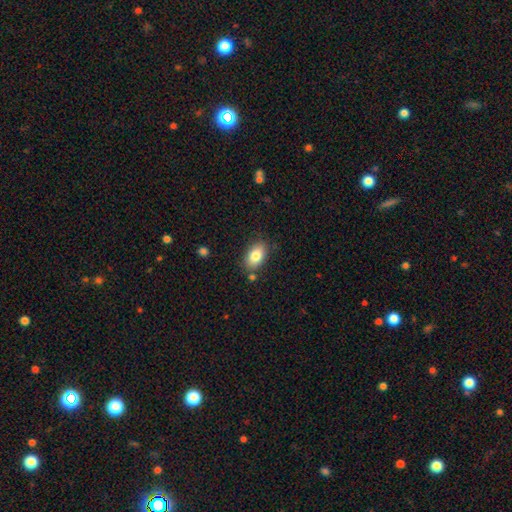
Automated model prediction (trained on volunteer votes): Smooth or featured: smooth — 82% (featured or disk — 11%)
How rounded: in between — 90% (round — 7%)
Merging: none — 81% (minor disturbance — 12%)